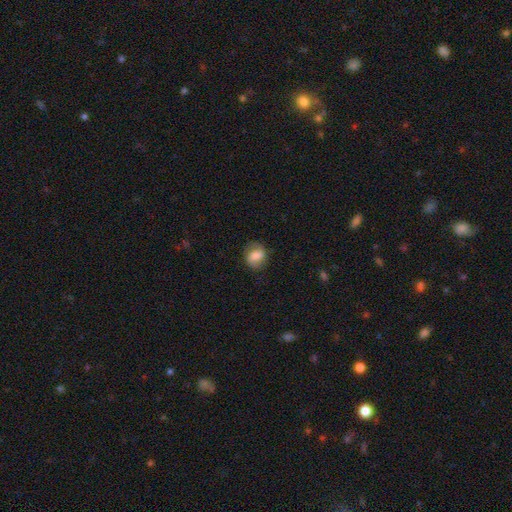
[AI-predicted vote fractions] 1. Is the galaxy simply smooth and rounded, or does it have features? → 66% smooth, 26% featured or disk, 9% star or artifact.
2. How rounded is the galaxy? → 55% round, 43% in between, 1% cigar-shaped.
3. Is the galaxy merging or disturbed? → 76% none, 17% minor disturbance, 6% major disturbance, 1% merger.